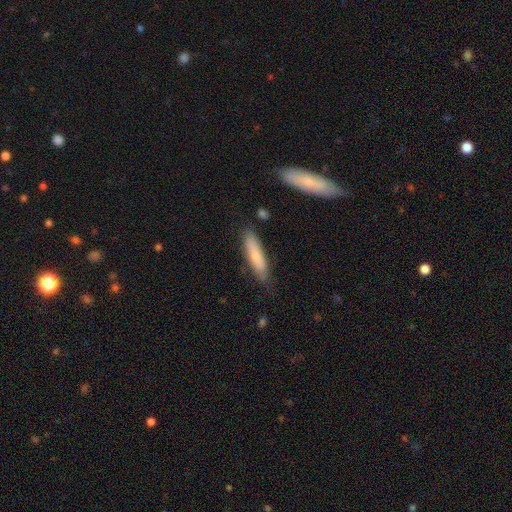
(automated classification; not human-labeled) Q: Smooth or featured?
A: smooth (71%); runner-up: featured or disk (23%)
Q: How rounded?
A: cigar-shaped (74%); runner-up: in between (25%)
Q: Merging?
A: none (77%); runner-up: minor disturbance (17%)